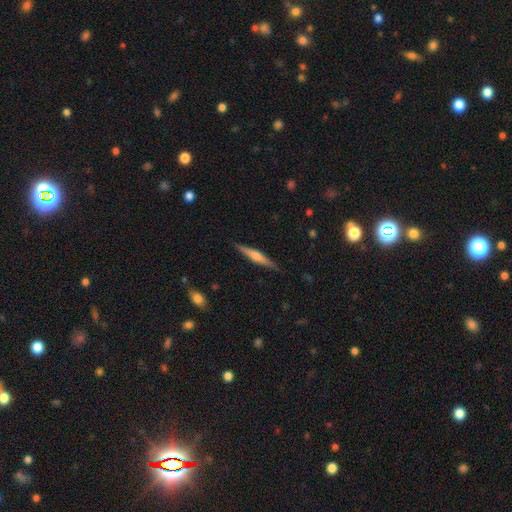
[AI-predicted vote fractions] smooth_or_featured: featured or disk (p=0.64) [alt: smooth p=0.30]
disk_edge_on: yes (p=0.98) [alt: no p=0.02]
edge_on_bulge: rounded (p=0.78) [alt: boxy p=0.13]
merging: none (p=0.89) [alt: minor disturbance p=0.08]